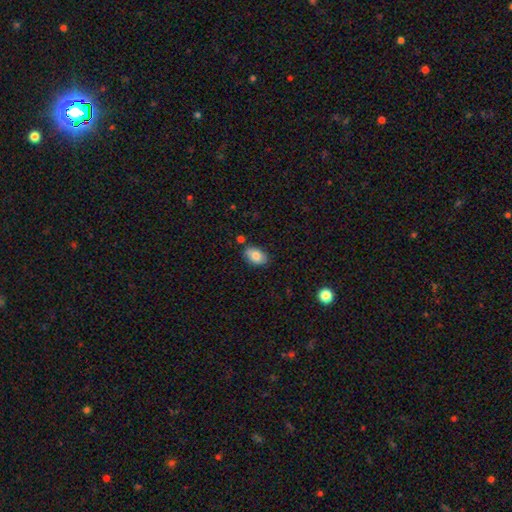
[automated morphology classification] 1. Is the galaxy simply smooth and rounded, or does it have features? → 83% smooth, 10% featured or disk, 7% star or artifact.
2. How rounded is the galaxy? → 89% in between, 10% round, 1% cigar-shaped.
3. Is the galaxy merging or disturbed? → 80% none, 14% minor disturbance, 4% merger, 2% major disturbance.